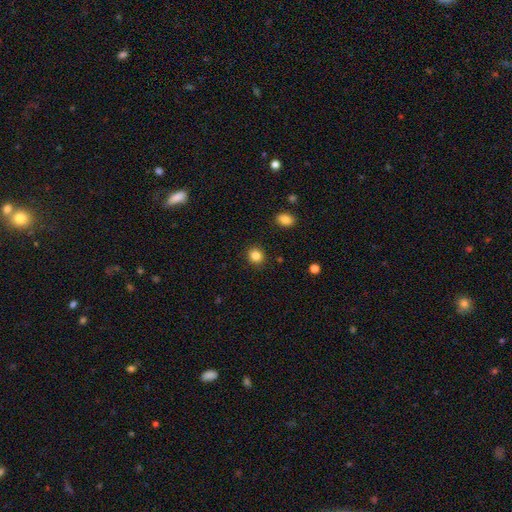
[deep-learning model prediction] Smooth or featured? Predicted: smooth (p=0.85). How rounded? Predicted: round (p=0.84). Merging? Predicted: none (p=0.90).